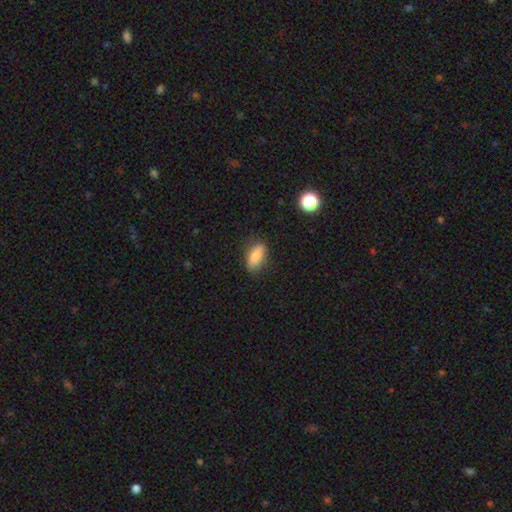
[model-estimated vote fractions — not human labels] The model was most divided on "how rounded": in between: 72%, cigar-shaped: 23%, round: 4%. More confident: merging — none (81%); smooth or featured — smooth (78%).